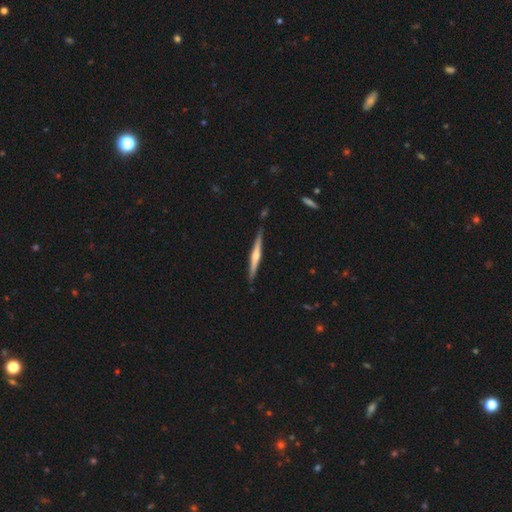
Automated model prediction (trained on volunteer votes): featured or disk 65%, smooth 30%, star or artifact 5%. Down the decision tree: edge-on disk — yes (98%); edge-on bulge — rounded (76%); merging — none (86%).